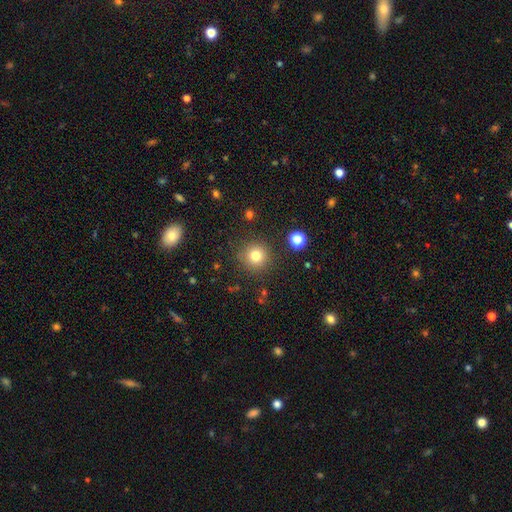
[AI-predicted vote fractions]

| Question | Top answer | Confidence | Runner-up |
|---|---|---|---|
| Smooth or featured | smooth | 78% | star or artifact (14%) |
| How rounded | round | 94% | in between (5%) |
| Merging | none | 87% | minor disturbance (8%) |